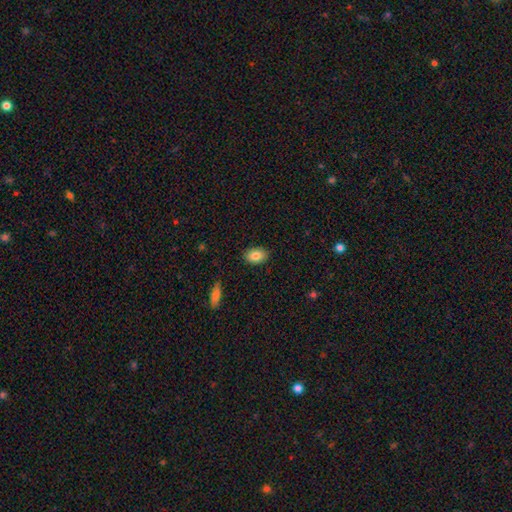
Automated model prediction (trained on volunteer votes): smooth-or-featured: smooth: 83% | featured or disk: 9% | star or artifact: 8%
  how-rounded: in between: 83% | round: 16% | cigar-shaped: 1%
  merging: none: 87% | minor disturbance: 10% | major disturbance: 2% | merger: 1%